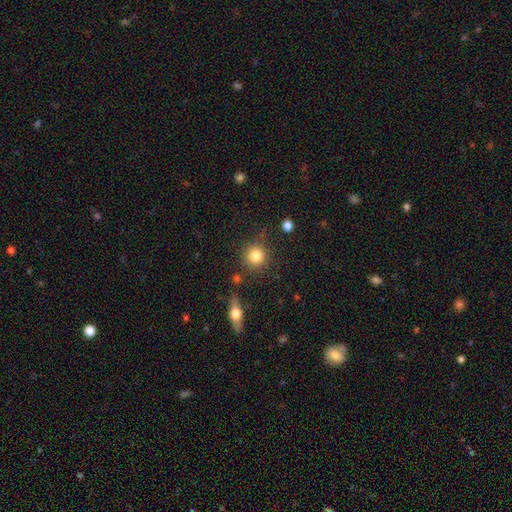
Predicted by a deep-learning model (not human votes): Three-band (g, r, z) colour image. It shows a smooth galaxy with no disk features (83%) that is round (93%). Merging: none (82%).